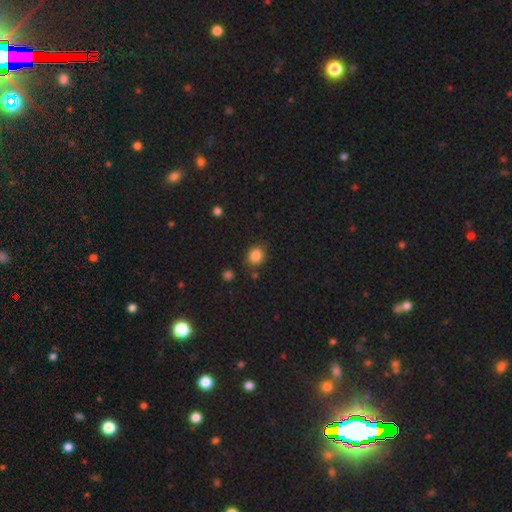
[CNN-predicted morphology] Overall: smooth (85%). How rounded: round (63%; in between 36%). Merging: none (80%).